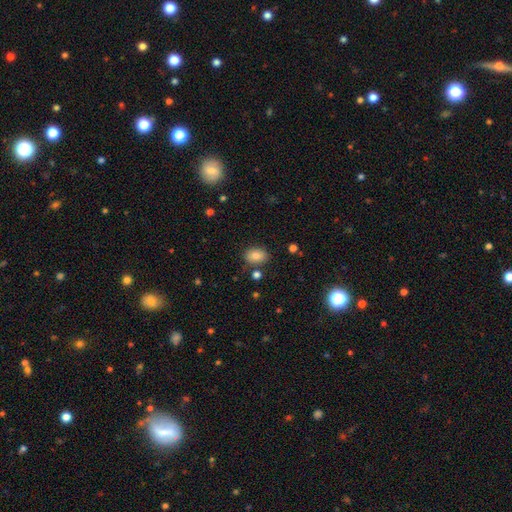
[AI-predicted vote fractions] smooth_or_featured: smooth (p=0.81) [alt: star or artifact p=0.10]
how_rounded: in between (p=0.72) [alt: round p=0.27]
merging: none (p=0.81) [alt: minor disturbance p=0.12]